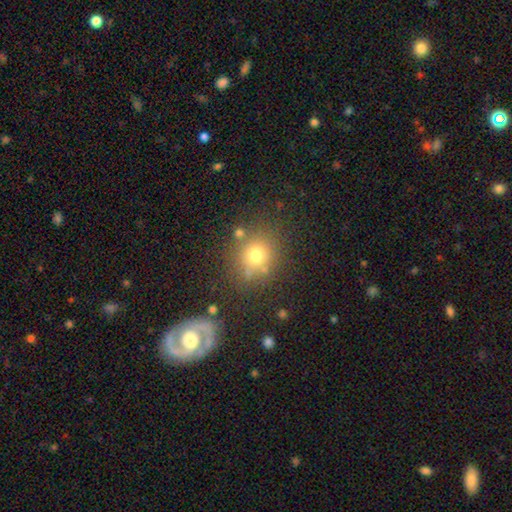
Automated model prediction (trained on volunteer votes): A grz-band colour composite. It shows a smooth galaxy with no disk features (72%) that is round (81%). Merging: none (75%).